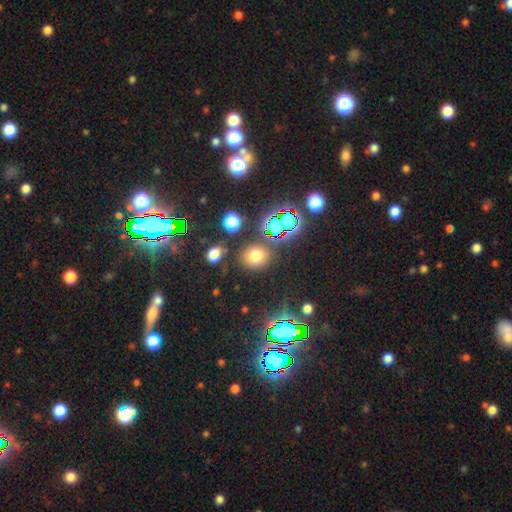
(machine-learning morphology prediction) Smooth or featured? Predicted: smooth (p=0.64). How rounded? Predicted: round (p=0.72). Merging? Predicted: none (p=0.80).